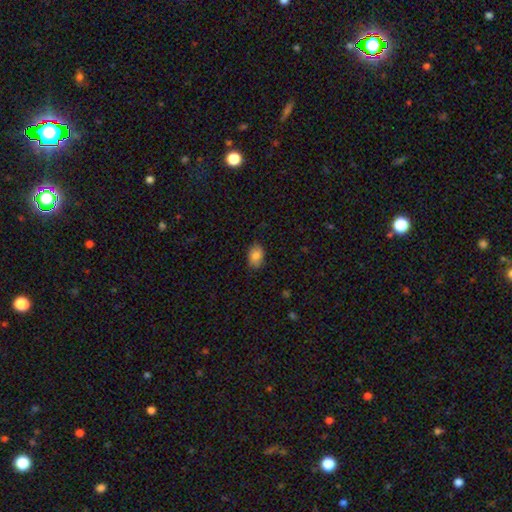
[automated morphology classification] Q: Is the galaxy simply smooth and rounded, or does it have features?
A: smooth — 85%.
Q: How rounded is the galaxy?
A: in between — 85%.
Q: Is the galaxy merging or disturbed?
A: none — 84%.